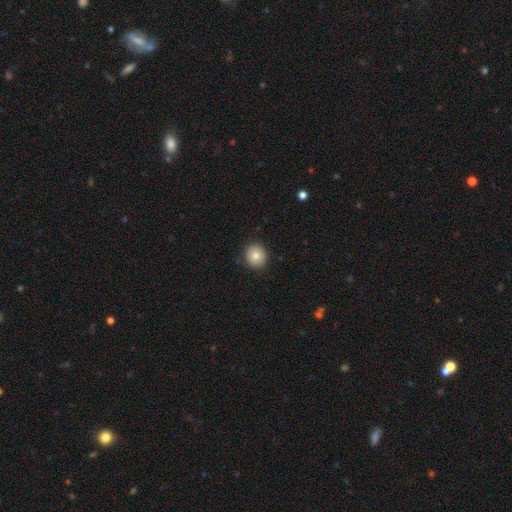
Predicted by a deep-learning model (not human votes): A smooth galaxy with no disk features (83%) that is round (88%). Merging: none (90%).